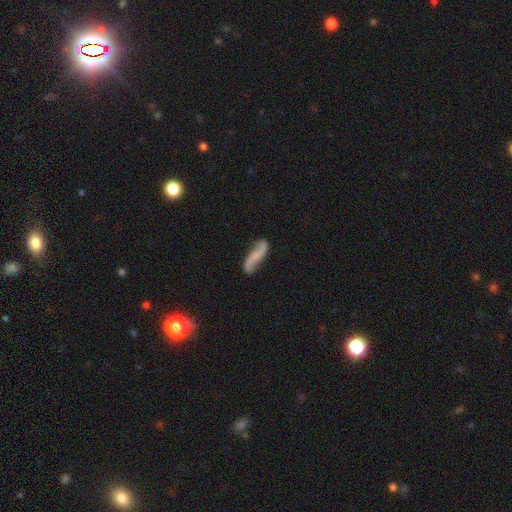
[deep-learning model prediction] The model was most divided on "bar": no: 53%, weak: 30%, strong: 17%. More confident: spiral arms — yes (93%); spiral arm count — 2 (92%); edge-on disk — no (90%); spiral winding — loose (86%); merging — none (75%); smooth or featured — featured or disk (70%); bulge size — none (59%).